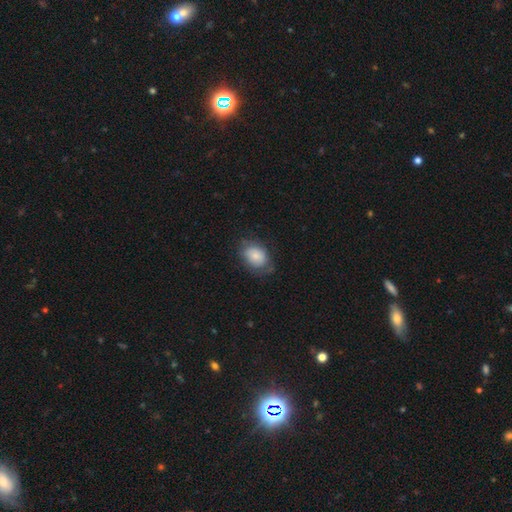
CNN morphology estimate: smooth_or_featured: smooth (p=0.77) [alt: featured or disk p=0.16]
how_rounded: in between (p=0.74) [alt: round p=0.24]
merging: none (p=0.63) [alt: minor disturbance p=0.26]